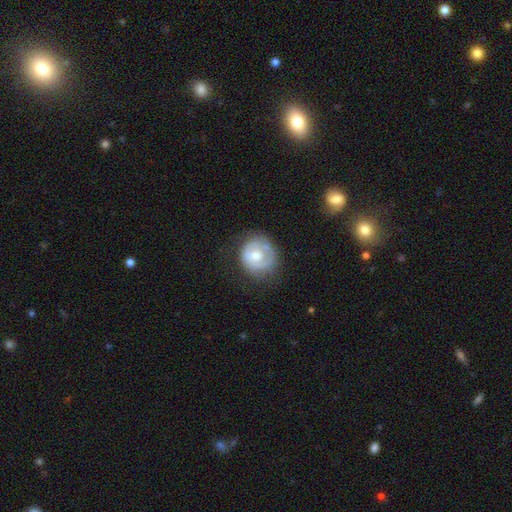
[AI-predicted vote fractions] featured or disk 50%, smooth 43%, star or artifact 7%. Down the decision tree: edge-on disk — no (97%); merging — none (62%).